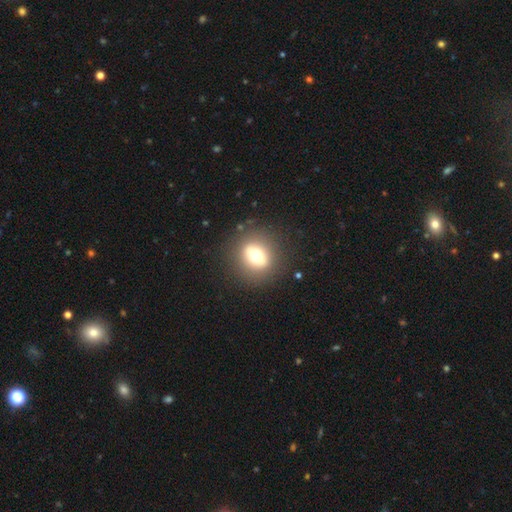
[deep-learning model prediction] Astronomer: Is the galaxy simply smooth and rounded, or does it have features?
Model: smooth — 60%.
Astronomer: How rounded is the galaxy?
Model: round — 78%.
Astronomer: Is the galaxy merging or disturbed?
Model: none — 86%.